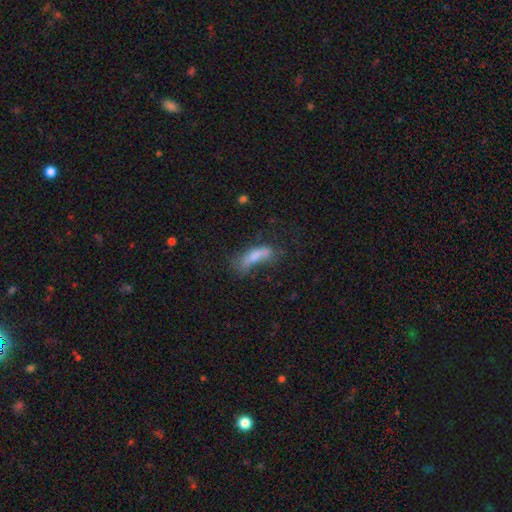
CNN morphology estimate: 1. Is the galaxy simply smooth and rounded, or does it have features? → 65% smooth, 24% featured or disk, 11% star or artifact.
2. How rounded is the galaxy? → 49% cigar-shaped, 48% in between, 3% round.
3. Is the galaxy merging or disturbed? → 34% major disturbance, 30% none, 25% minor disturbance, 12% merger.